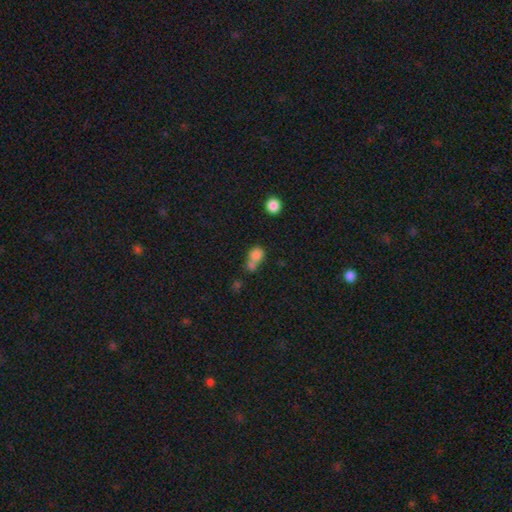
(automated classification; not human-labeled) The model was most divided on "how rounded": round: 65%, in between: 34%, cigar-shaped: 2%. More confident: smooth or featured — smooth (75%); merging — merger (61%).